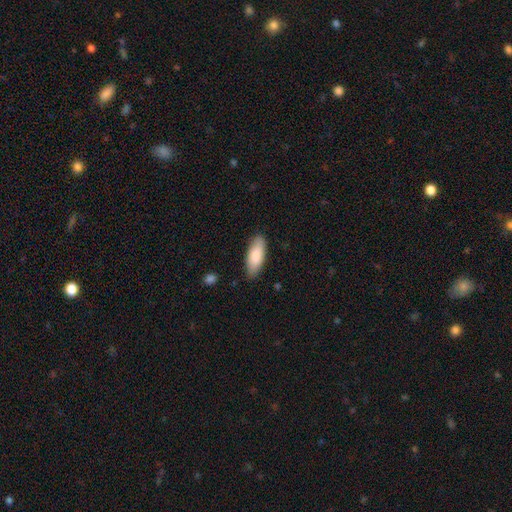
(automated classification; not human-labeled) This appears to be a smooth galaxy with no disk features (85%) that is in between round and cigar-shaped (73%). Merging: none (85%).